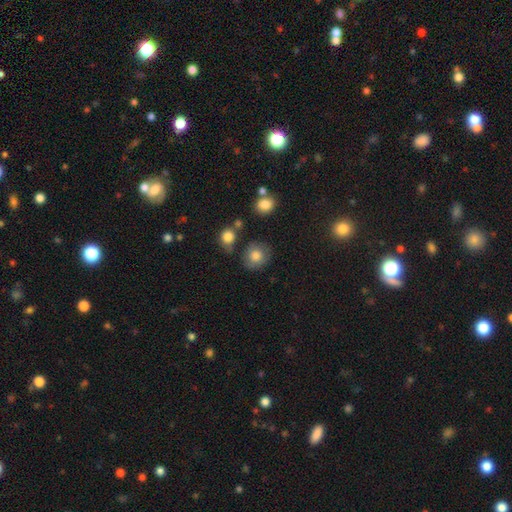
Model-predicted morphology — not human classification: type=smooth (77%); roundness=round (80%); merging=none (71%).